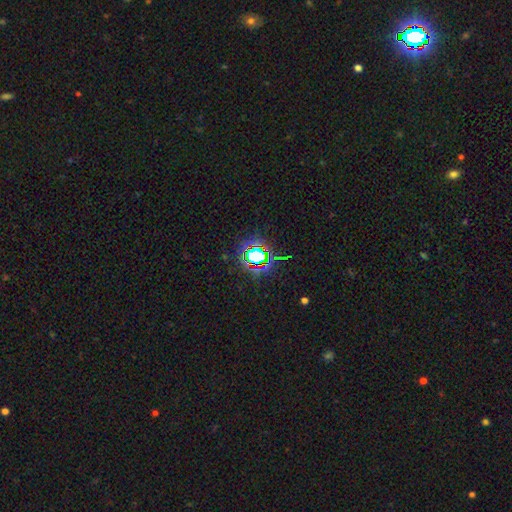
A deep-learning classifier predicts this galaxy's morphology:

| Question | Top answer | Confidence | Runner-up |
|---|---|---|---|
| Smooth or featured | star or artifact | 72% | smooth (18%) |